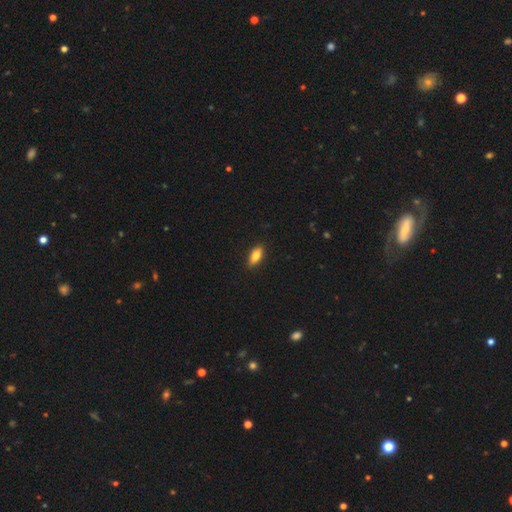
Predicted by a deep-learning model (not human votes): Q: Smooth or featured?
A: smooth (77%); runner-up: featured or disk (16%)
Q: How rounded?
A: in between (80%); runner-up: cigar-shaped (17%)
Q: Merging?
A: none (88%); runner-up: minor disturbance (9%)